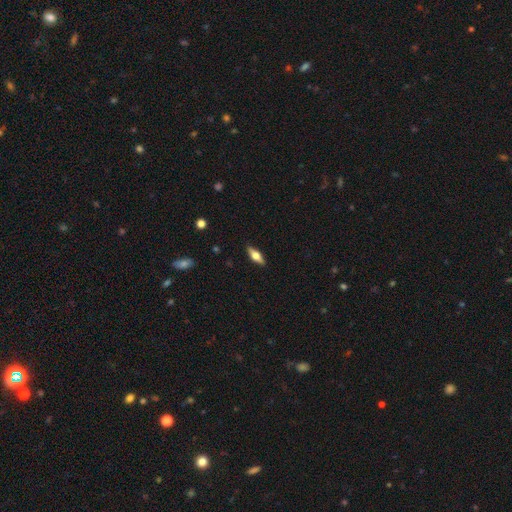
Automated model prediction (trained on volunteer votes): The model was most divided on "smooth or featured": featured or disk: 50%, smooth: 43%, star or artifact: 7%. More confident: edge-on disk — yes (92%); merging — none (89%).